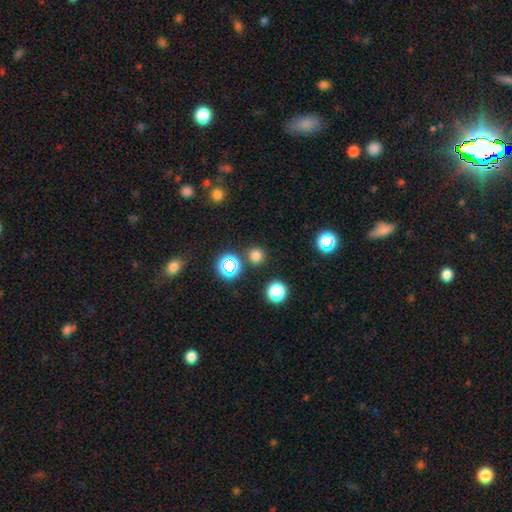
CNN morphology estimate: Smooth or featured? smooth (72%)
How rounded? round (94%)
Merging? none (87%)